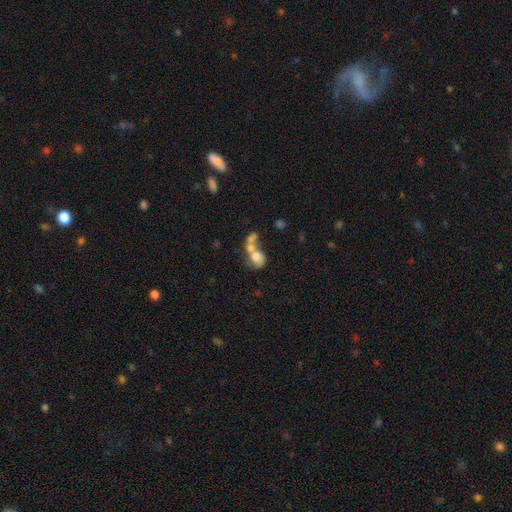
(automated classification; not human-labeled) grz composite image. It shows a smooth galaxy with no disk features (61%) that is in between round and cigar-shaped (53%). Merging: merger (61%).